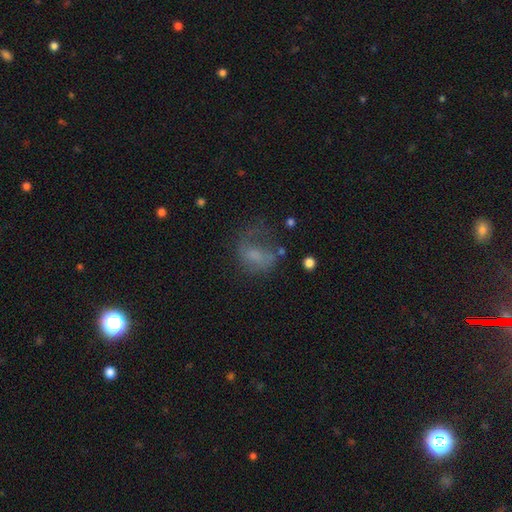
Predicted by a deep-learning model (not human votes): A smooth galaxy with no disk features (49%).

Vote fractions:
- Smooth or featured? smooth: 49% / featured or disk: 34% / star or artifact: 17%
- Merging? major disturbance: 42% / none: 32% / minor disturbance: 21% / merger: 5%